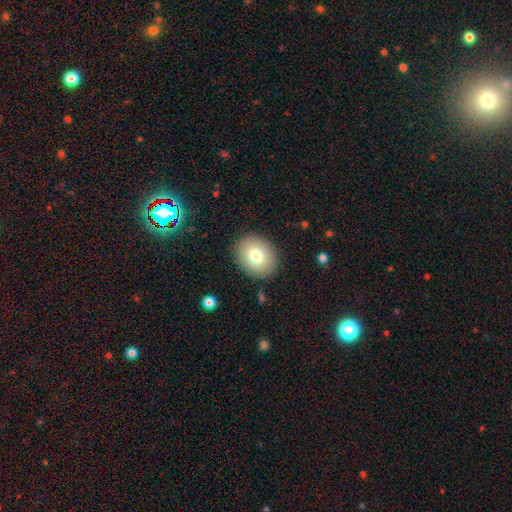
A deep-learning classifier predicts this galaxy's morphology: Q: Smooth or featured?
A: smooth (78%); runner-up: featured or disk (13%)
Q: How rounded?
A: round (50%); runner-up: in between (49%)
Q: Merging?
A: none (89%); runner-up: minor disturbance (8%)